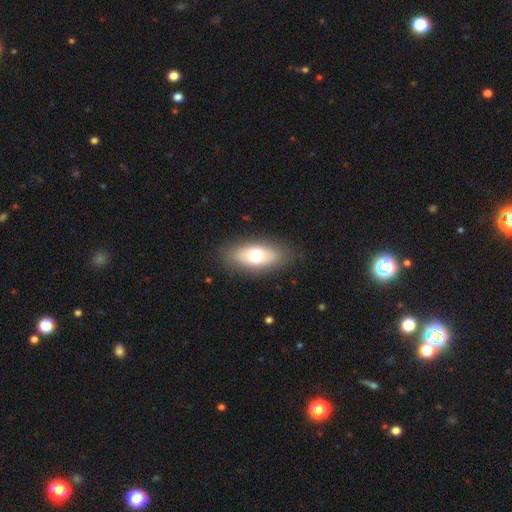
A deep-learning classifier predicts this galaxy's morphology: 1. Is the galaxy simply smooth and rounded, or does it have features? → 65% smooth, 26% featured or disk, 8% star or artifact.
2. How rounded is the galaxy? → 84% in between, 10% cigar-shaped, 6% round.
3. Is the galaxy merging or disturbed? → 85% none, 10% minor disturbance, 3% major disturbance, 1% merger.